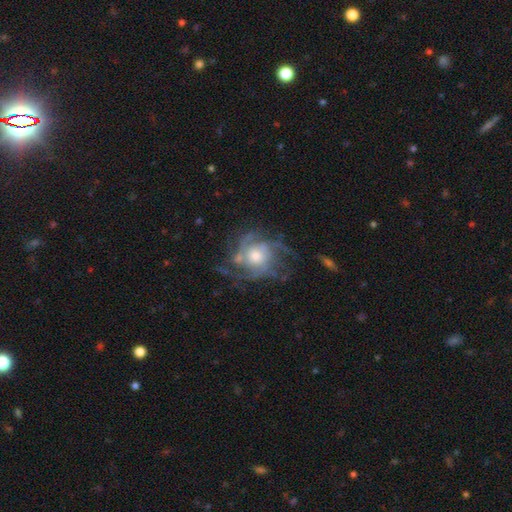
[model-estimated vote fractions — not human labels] Smooth or featured: featured or disk — 78% (smooth — 13%)
Edge-on disk: no — 97% (yes — 3%)
Bar: no — 80% (weak — 17%)
Spiral arms: yes — 84% (no — 16%)
Spiral winding: tight — 42% (medium — 39%)
Spiral arm count: can't tell — 39% (4 — 20%)
Bulge size: moderate — 60% (large — 22%)
Merging: none — 57% (major disturbance — 21%)